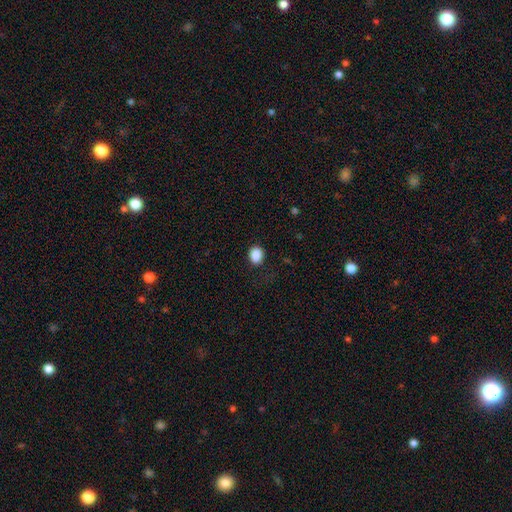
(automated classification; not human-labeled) The model was most divided on "how rounded": round: 55%, in between: 44%, cigar-shaped: 1%. More confident: smooth or featured — smooth (88%); merging — none (83%).